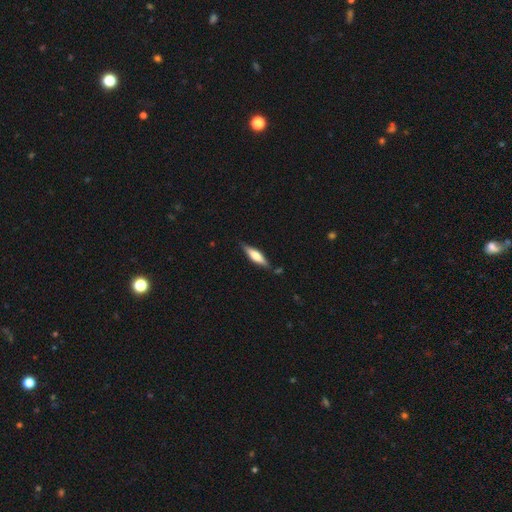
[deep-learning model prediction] A smooth galaxy with no disk features (54%) that is cigar-shaped (66%).

Vote fractions:
- Smooth or featured? smooth: 54% / featured or disk: 41% / star or artifact: 6%
- How rounded? cigar-shaped: 66% / in between: 32% / round: 2%
- Merging? none: 81% / minor disturbance: 13% / merger: 3% / major disturbance: 2%